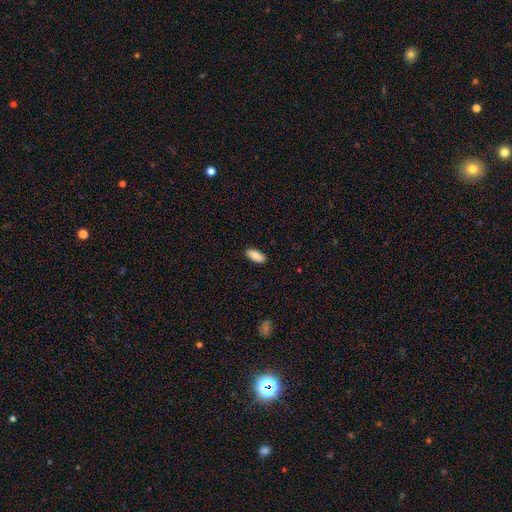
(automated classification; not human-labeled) Smooth or featured? Predicted: smooth (p=0.90). How rounded? Predicted: in between (p=0.86). Merging? Predicted: none (p=0.90).